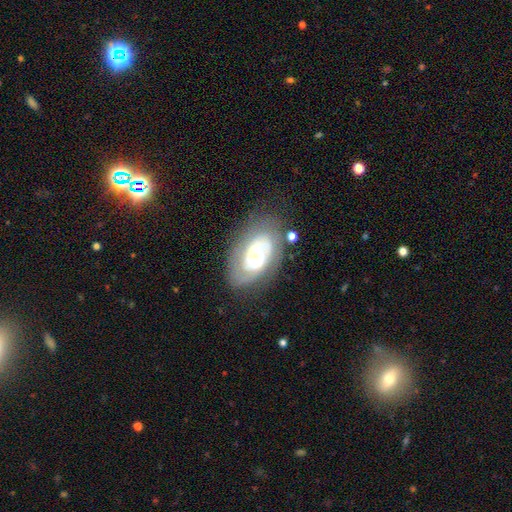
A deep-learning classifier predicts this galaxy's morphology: Q: Smooth or featured?
A: featured or disk (77%); runner-up: smooth (17%)
Q: Edge-on disk?
A: no (95%); runner-up: yes (5%)
Q: Bar?
A: no (60%); runner-up: weak (31%)
Q: Spiral arms?
A: yes (85%); runner-up: no (15%)
Q: Spiral winding?
A: tight (62%); runner-up: medium (29%)
Q: Spiral arm count?
A: 2 (50%); runner-up: can't tell (28%)
Q: Bulge size?
A: moderate (48%); runner-up: small (32%)
Q: Merging?
A: none (71%); runner-up: minor disturbance (18%)